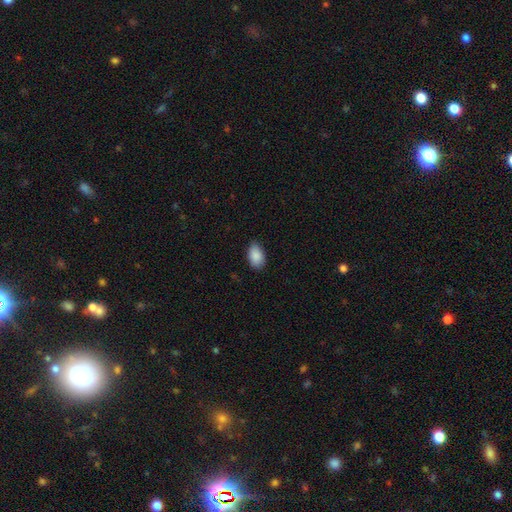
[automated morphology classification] smooth-or-featured: smooth: 89% | star or artifact: 7% | featured or disk: 4%
  how-rounded: in between: 92% | round: 6% | cigar-shaped: 2%
  merging: none: 80% | minor disturbance: 16% | major disturbance: 2% | merger: 1%